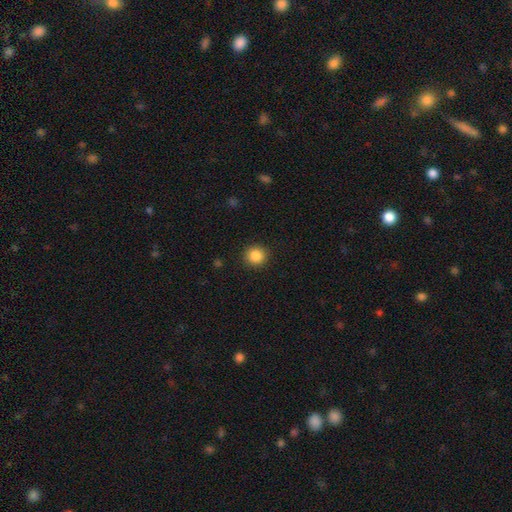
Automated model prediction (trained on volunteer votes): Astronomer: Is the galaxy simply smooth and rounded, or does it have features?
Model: smooth — 86%.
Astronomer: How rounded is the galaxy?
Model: round — 93%.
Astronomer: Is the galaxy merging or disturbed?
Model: none — 91%.